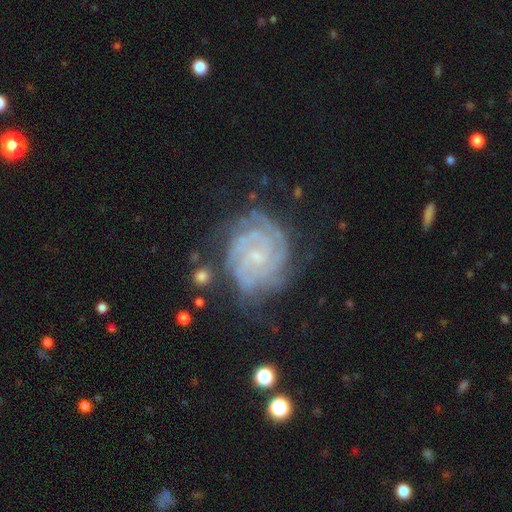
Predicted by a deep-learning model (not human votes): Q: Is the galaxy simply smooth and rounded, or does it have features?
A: featured or disk — 88%.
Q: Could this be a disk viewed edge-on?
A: no — 98%.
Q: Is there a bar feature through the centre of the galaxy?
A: no — 61%.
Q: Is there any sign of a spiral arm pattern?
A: yes — 98%.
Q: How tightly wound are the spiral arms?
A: tight — 80%.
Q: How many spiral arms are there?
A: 3 — 26%.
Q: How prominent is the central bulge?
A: small — 74%.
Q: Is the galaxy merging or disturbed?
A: none — 69%.